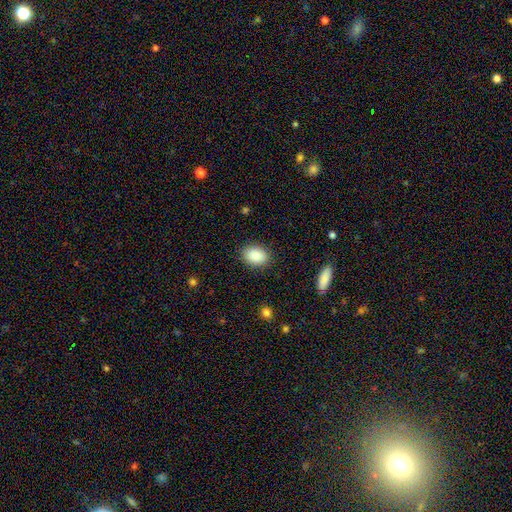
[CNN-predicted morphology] Smooth or featured? Predicted: smooth (p=0.89). How rounded? Predicted: in between (p=0.76). Merging? Predicted: none (p=0.87).